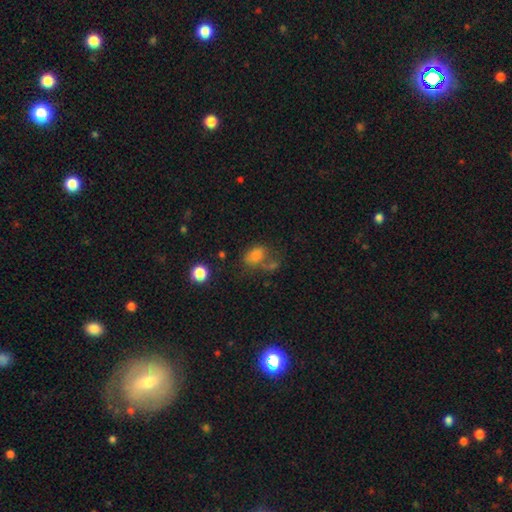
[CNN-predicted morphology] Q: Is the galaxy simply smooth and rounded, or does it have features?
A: smooth — 74%.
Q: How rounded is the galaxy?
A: in between — 78%.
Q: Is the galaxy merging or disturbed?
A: none — 37%.